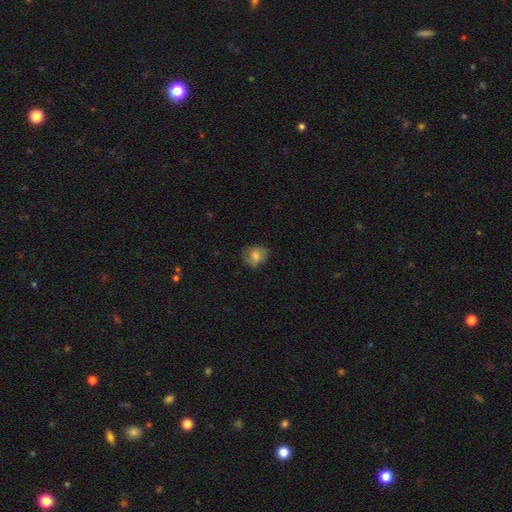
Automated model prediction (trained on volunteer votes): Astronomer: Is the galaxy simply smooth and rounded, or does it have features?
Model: smooth — 71%.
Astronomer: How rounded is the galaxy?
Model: round — 63%.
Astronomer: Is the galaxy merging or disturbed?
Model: none — 65%.